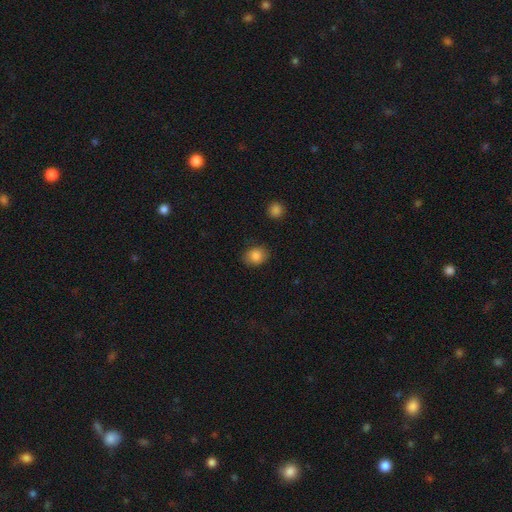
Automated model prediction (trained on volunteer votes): Overall: smooth (86%). How rounded: round (53%; in between 46%). Merging: none (84%).